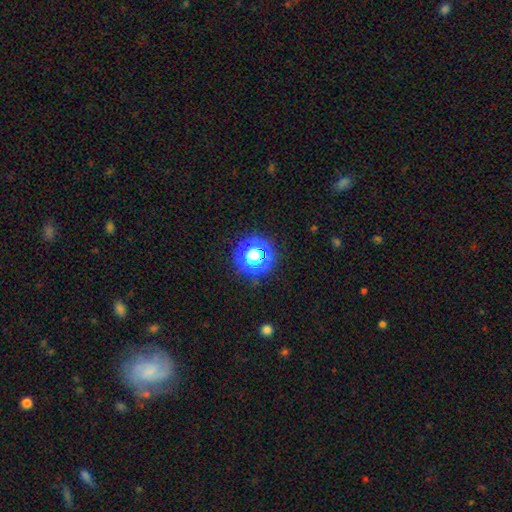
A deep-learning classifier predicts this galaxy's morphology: Overall: star or artifact (63%; smooth 25%).